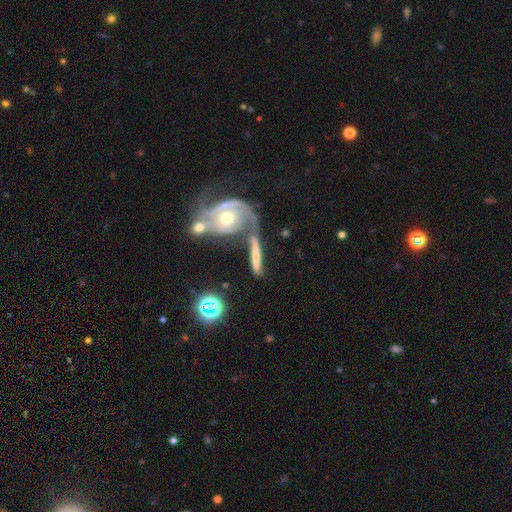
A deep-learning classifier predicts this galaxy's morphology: The model was most divided on "merging" (2-way tie): merger: 38%, none: 38%, minor disturbance: 14%, major disturbance: 9%. Remaining: smooth or featured — featured or disk (48%).